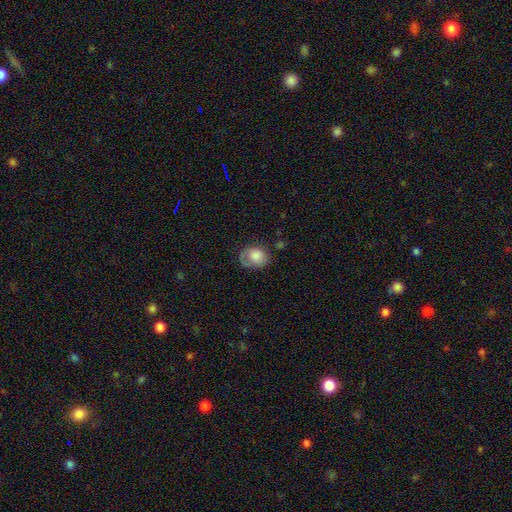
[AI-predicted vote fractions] Smooth or featured? smooth (72%)
How rounded? round (52%)
Merging? none (53%)